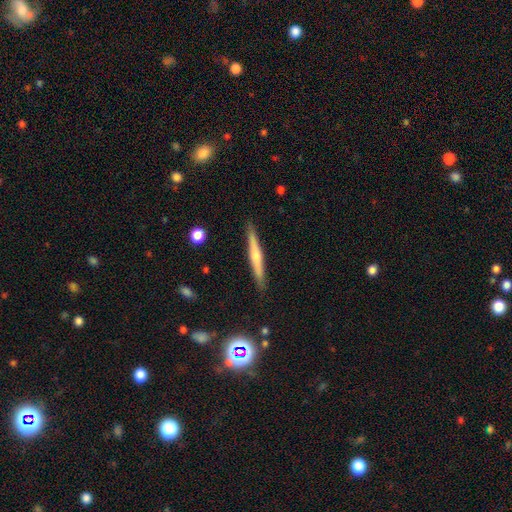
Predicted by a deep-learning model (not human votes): Smooth or featured? featured or disk (60%)
Edge-on disk? yes (97%)
Edge-on bulge? rounded (77%)
Merging? none (89%)